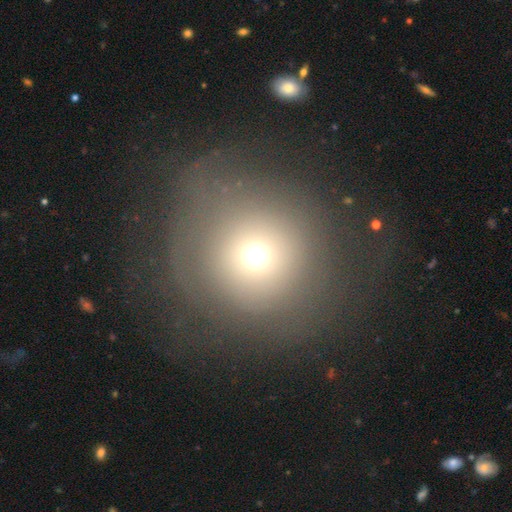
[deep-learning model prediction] A smooth galaxy with no disk features (63%) that is round (94%). Merging: none (58%).